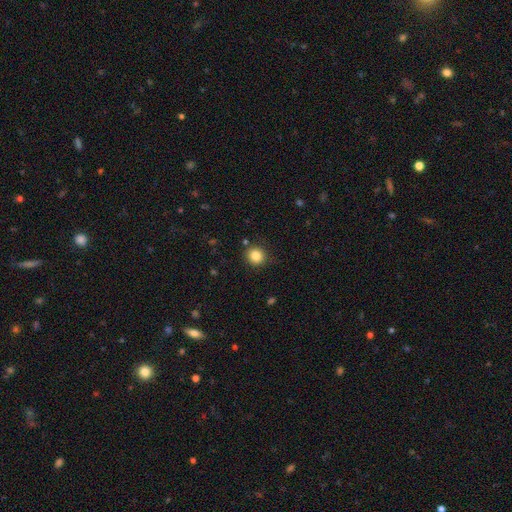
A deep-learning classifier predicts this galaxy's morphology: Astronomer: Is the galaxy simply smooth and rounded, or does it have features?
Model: smooth — 84%.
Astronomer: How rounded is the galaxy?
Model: round — 90%.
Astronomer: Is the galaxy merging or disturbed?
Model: none — 86%.